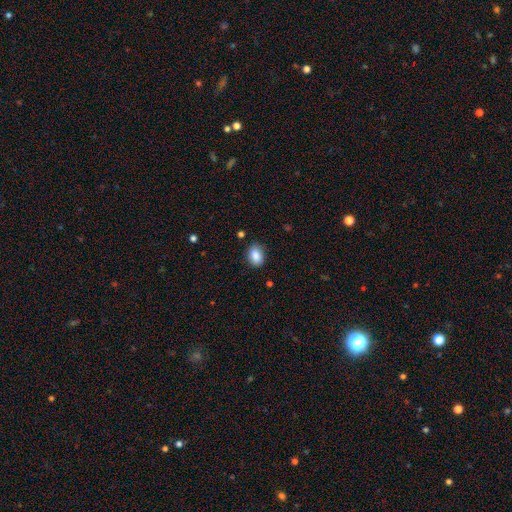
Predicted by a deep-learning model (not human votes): Smooth or featured: smooth — 87% (star or artifact — 8%)
How rounded: in between — 77% (round — 22%)
Merging: none — 85% (minor disturbance — 11%)